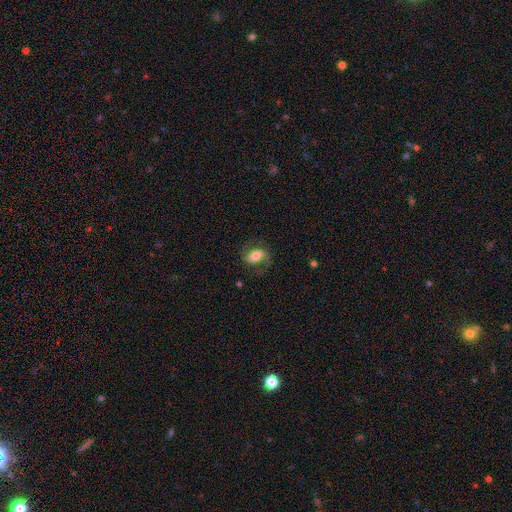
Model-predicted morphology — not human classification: A featured or disk galaxy (54%) with no bar (36%, tied with weak), spiral arms (88%) and a moderate central bulge (49%).

Vote fractions:
- Smooth or featured? featured or disk: 54% / smooth: 37% / star or artifact: 8%
- Edge-on disk? no: 96% / yes: 4%
- Bar? no: 36% (tied) / weak: 36% (tied) / strong: 27%
- Spiral arms? yes: 88% / no: 12%
- Bulge size? moderate: 49% / large: 27% / small: 16% / dominant: 4% / none: 3%
- Merging? none: 66% / minor disturbance: 18% / major disturbance: 14% / merger: 1%